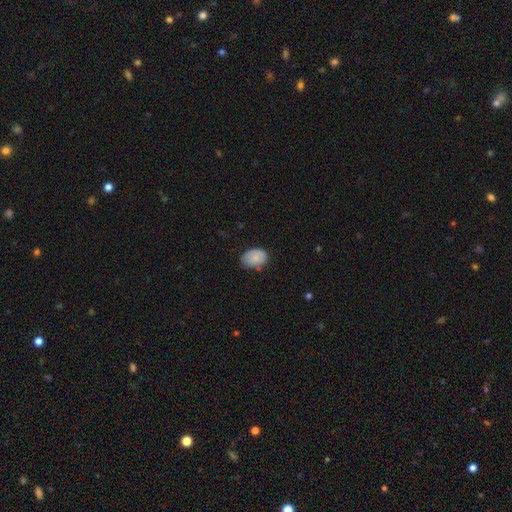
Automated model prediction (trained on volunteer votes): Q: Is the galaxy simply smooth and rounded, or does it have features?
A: smooth — 77%.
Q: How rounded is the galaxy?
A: in between — 81%.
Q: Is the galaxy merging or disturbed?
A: none — 65%.